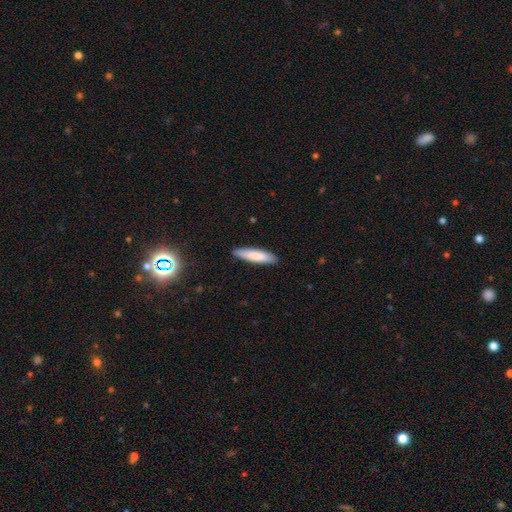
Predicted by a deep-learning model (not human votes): Smooth or featured?
  - smooth: 82% *
  - featured or disk: 12%
  - star or artifact: 5%
How rounded?
  - cigar-shaped: 79% *
  - in between: 19%
  - round: 1%
Merging?
  - none: 87% *
  - minor disturbance: 10%
  - major disturbance: 2%
  - merger: 1%